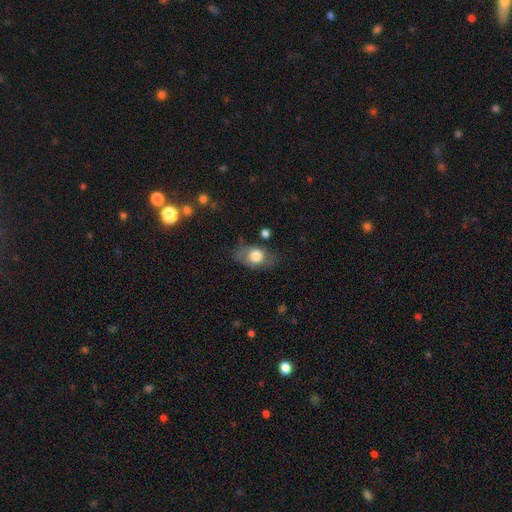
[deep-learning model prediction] Morphology: type=smooth (69%); roundness=in between (77%); merging=none (68%).